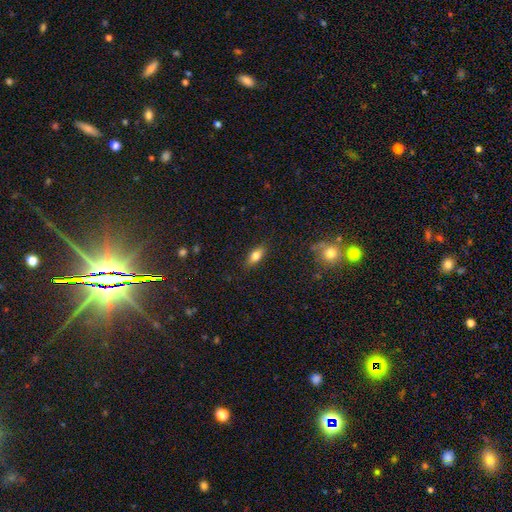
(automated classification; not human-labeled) smooth-or-featured: smooth: 74% | featured or disk: 17% | star or artifact: 9%
  how-rounded: in between: 81% | cigar-shaped: 14% | round: 5%
  merging: none: 86% | minor disturbance: 10% | major disturbance: 2% | merger: 1%